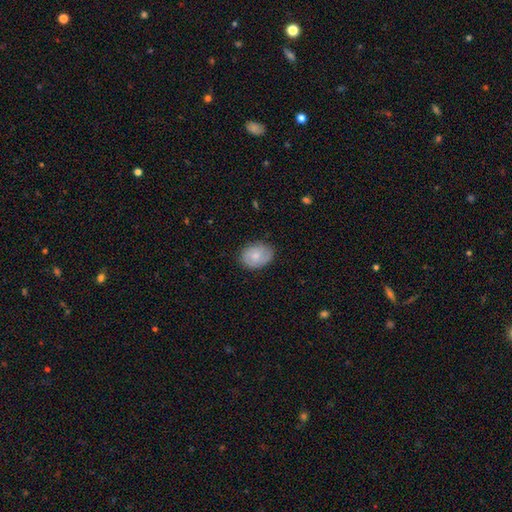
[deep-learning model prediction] Morphology: type=smooth (63%); roundness=in between (64%); merging=none (77%).